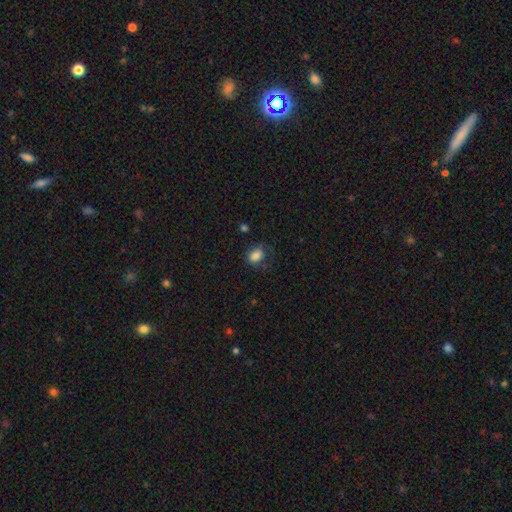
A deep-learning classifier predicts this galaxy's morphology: Q: Smooth or featured?
A: smooth (84%); runner-up: star or artifact (10%)
Q: How rounded?
A: in between (72%); runner-up: round (27%)
Q: Merging?
A: none (60%); runner-up: minor disturbance (25%)